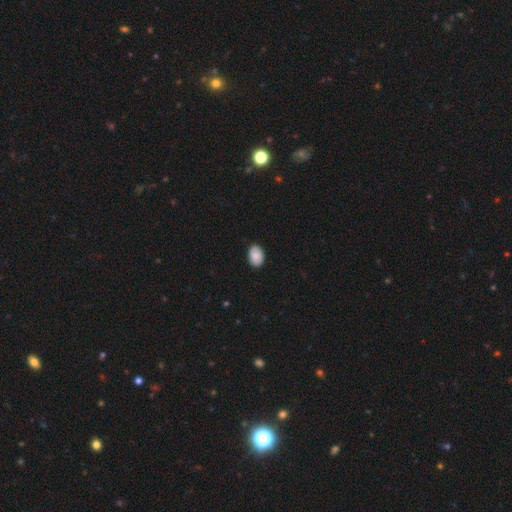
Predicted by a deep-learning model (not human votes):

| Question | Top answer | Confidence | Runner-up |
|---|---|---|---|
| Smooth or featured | smooth | 88% | star or artifact (7%) |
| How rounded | in between | 82% | round (17%) |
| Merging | none | 86% | minor disturbance (11%) |